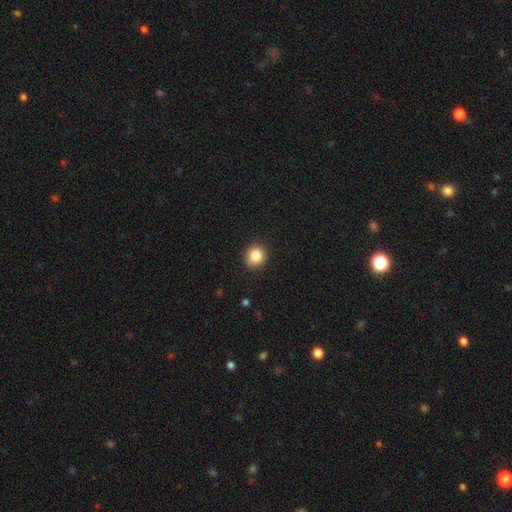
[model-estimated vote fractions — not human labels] The model was most divided on "smooth or featured": smooth: 84%, star or artifact: 10%, featured or disk: 6%. More confident: merging — none (89%); how rounded — round (89%).